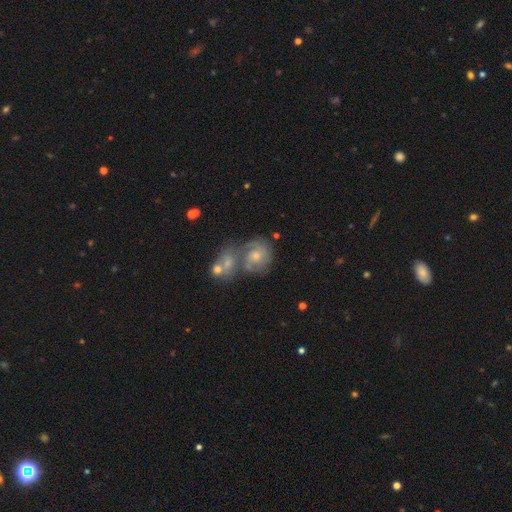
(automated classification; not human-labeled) Overall: featured or disk (64%). Edge-on disk: no (97%). Bar: no (72%). Spiral arms: yes (84%). Spiral arm count: 2 (39%; can't tell 34%). Spiral winding: tight (54%; medium 35%). Bulge size: moderate (51%; small 41%). Merging: merger (43%; none 37%).